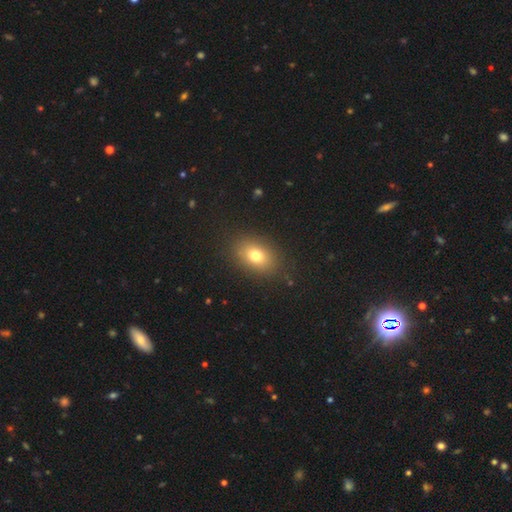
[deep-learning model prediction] This appears to be a smooth galaxy with no disk features (76%) that is in between round and cigar-shaped (75%). Merging: none (87%).